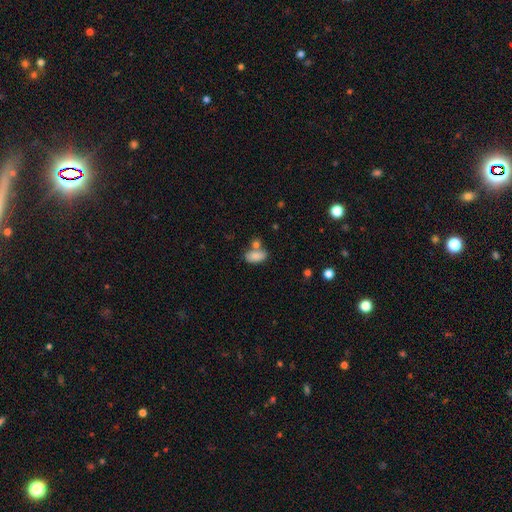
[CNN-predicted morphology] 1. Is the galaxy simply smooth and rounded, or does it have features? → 84% smooth, 8% star or artifact, 8% featured or disk.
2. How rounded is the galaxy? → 91% in between, 5% cigar-shaped, 4% round.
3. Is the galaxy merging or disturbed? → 55% none, 27% merger, 14% minor disturbance, 4% major disturbance.